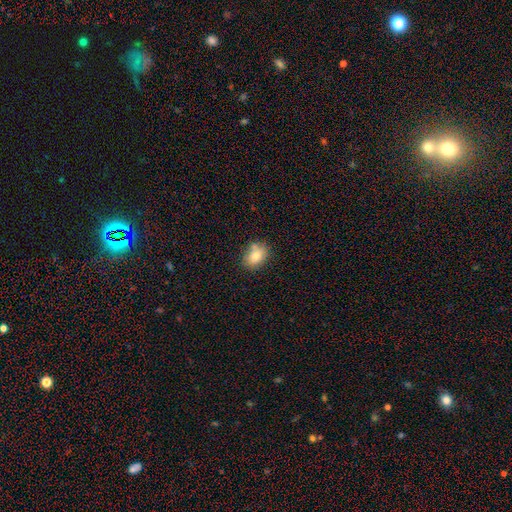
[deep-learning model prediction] This appears to be a smooth galaxy with no disk features (79%) that is in between round and cigar-shaped (72%). Merging: none (71%).